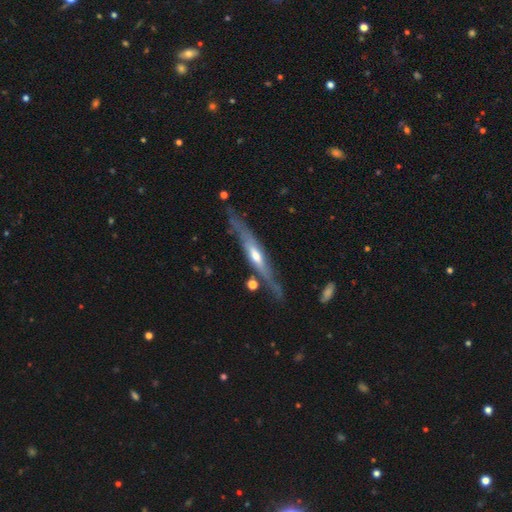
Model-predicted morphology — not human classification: smooth-or-featured: featured or disk: 74% | smooth: 21% | star or artifact: 5%
  disk-edge-on: yes: 84% | no: 16%
    edge-on-bulge: rounded: 69% | none: 21% | boxy: 10%
  merging: none: 72% | minor disturbance: 19% | major disturbance: 6% | merger: 4%